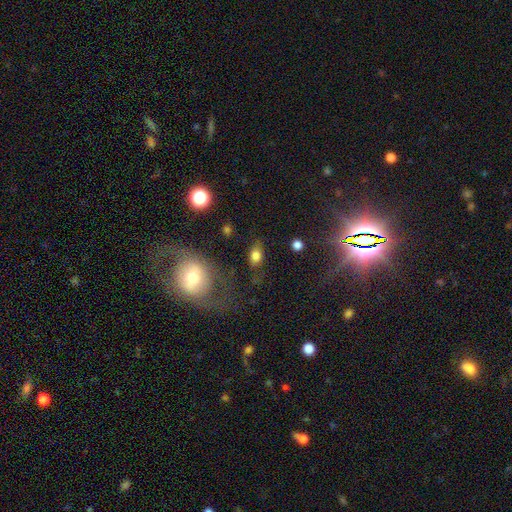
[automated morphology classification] Overall: smooth (79%). How rounded: in between (76%). Merging: none (72%).